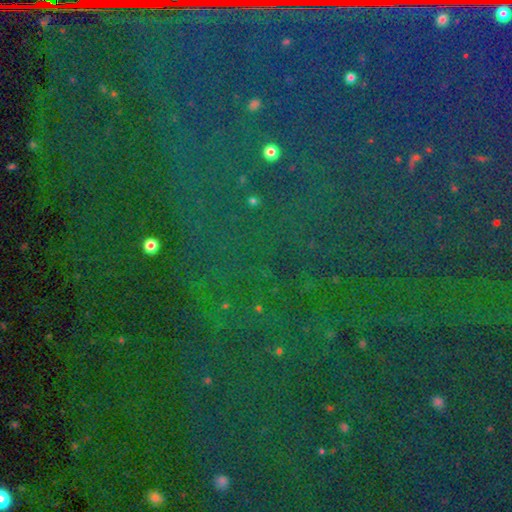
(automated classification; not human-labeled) Smooth or featured? star or artifact (85%)